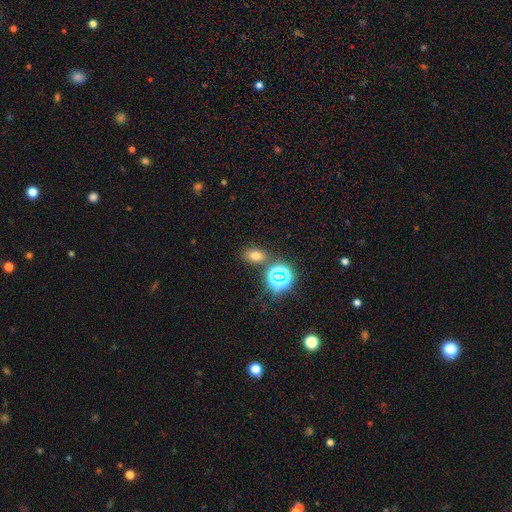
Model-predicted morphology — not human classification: Overall: smooth (65%; star or artifact 28%). How rounded: in between (73%). Merging: none (77%).